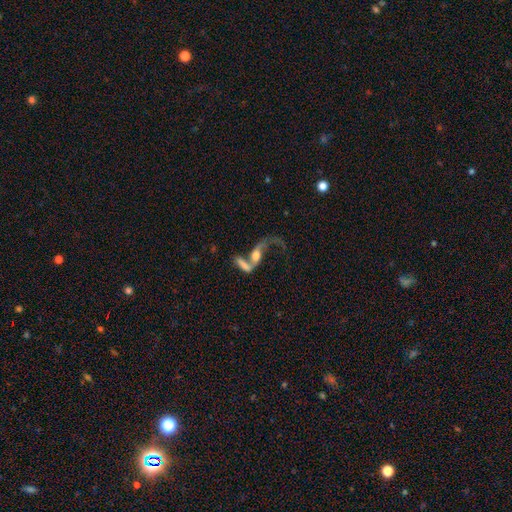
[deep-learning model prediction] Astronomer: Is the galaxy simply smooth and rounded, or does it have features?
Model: featured or disk — 59%.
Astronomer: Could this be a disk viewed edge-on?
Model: no — 85%.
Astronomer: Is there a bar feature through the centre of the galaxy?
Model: no — 61%.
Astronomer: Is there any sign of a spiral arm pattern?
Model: yes — 67%.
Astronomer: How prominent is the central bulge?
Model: moderate — 37% (runner-up: large, 23%).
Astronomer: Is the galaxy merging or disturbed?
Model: merger — 58%.